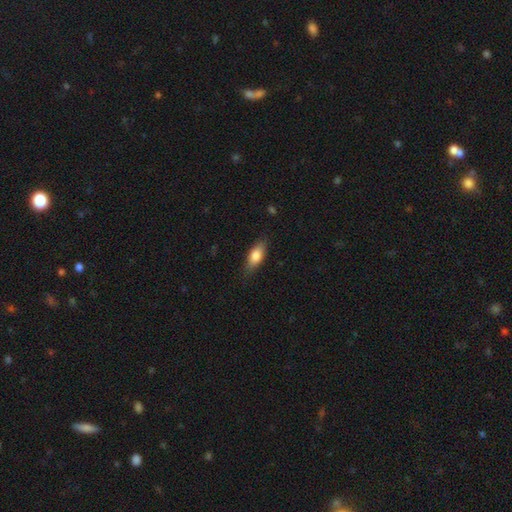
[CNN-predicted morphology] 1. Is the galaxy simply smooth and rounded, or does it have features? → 76% smooth, 17% featured or disk, 7% star or artifact.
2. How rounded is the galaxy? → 76% in between, 20% cigar-shaped, 4% round.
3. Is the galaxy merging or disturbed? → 80% none, 16% minor disturbance, 3% major disturbance, 1% merger.